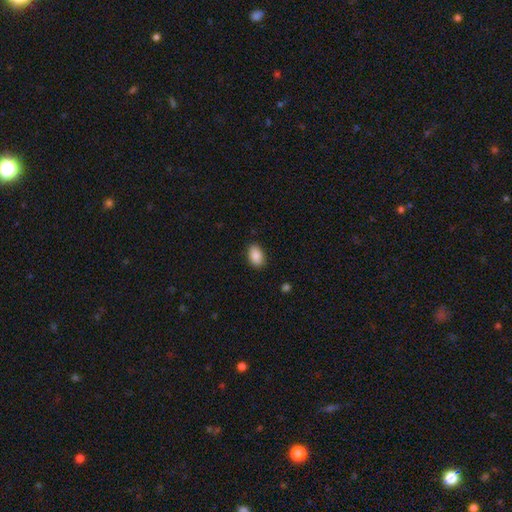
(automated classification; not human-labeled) This appears to be a smooth galaxy with no disk features (88%) that is in between round and cigar-shaped (90%). Merging: none (88%).